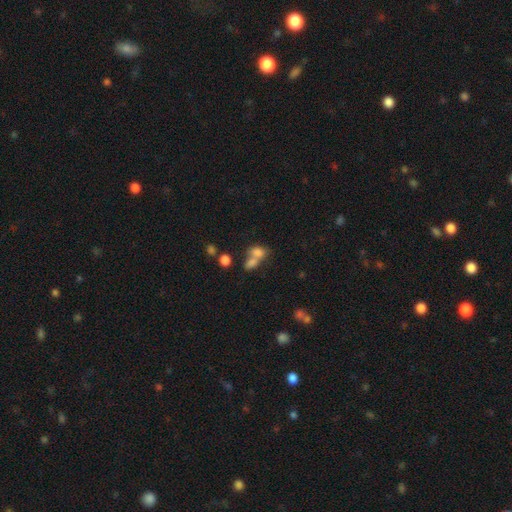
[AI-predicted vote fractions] smooth-or-featured: smooth: 75% | featured or disk: 13% | star or artifact: 12%
  how-rounded: in between: 73% | round: 25% | cigar-shaped: 2%
  merging: merger: 61% | none: 26% | minor disturbance: 8% | major disturbance: 6%